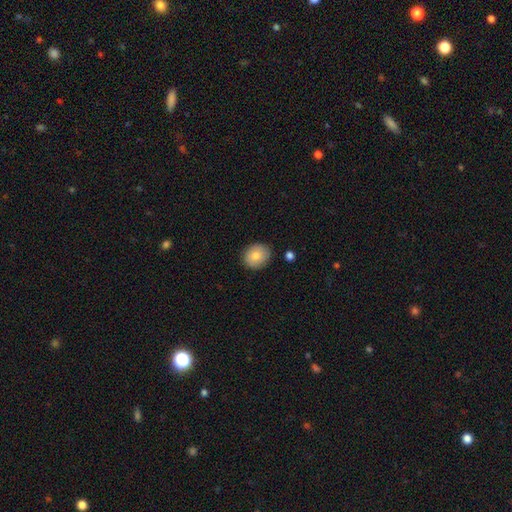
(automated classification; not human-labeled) This is clearly a smooth galaxy (81%). How rounded: likely round (69%). Merging: clearly none (86%).